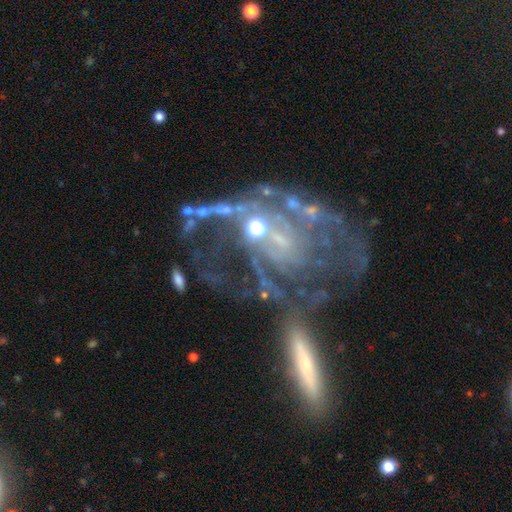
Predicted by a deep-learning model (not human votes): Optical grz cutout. It shows a featured or disk galaxy (80%) with no bar (61%), medium (39%) spiral arms (77%) and a small central bulge (43%). Merging: none (30%, tied with major disturbance).